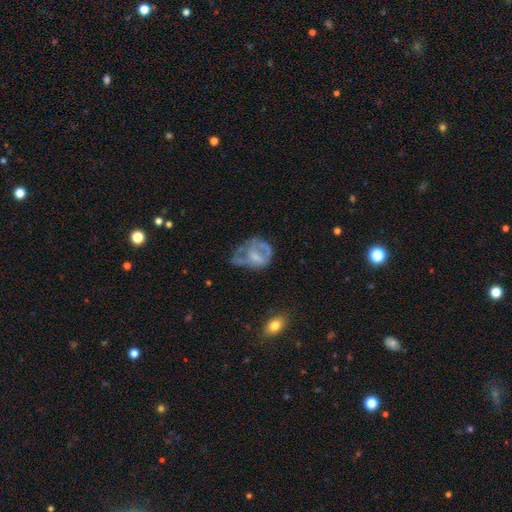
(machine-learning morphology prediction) This appears to be a featured or disk galaxy (56%) with no bar (61%), no spiral arms (67%) and no central bulge (38%). Merging: major disturbance (39%).